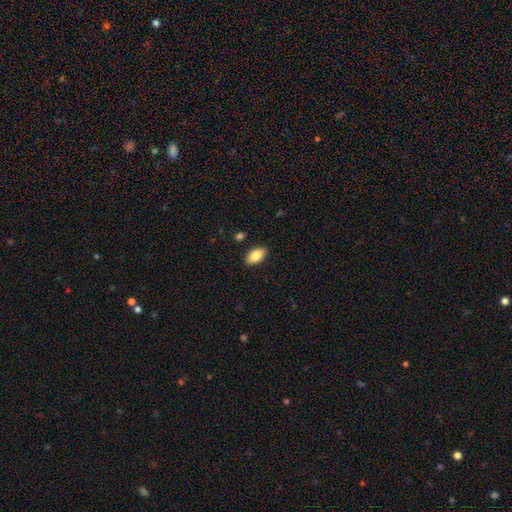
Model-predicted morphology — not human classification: Smooth or featured? Predicted: smooth (p=0.84). How rounded? Predicted: in between (p=0.94). Merging? Predicted: none (p=0.88).